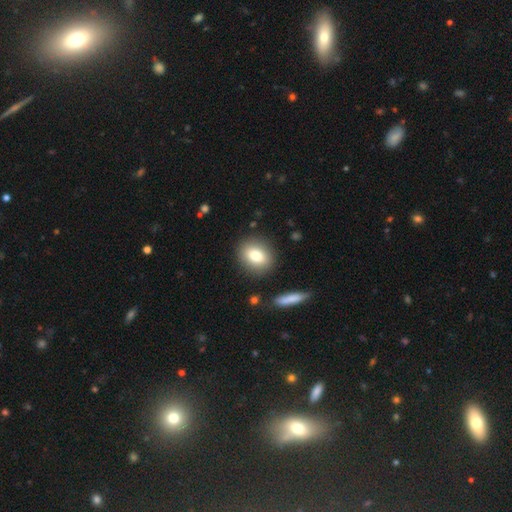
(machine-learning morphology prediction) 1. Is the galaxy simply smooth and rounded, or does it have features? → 80% smooth, 12% featured or disk, 9% star or artifact.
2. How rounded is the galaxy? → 49% in between (tied), 49% round (tied), 2% cigar-shaped.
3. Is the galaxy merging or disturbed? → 86% none, 8% minor disturbance, 3% major disturbance, 2% merger.